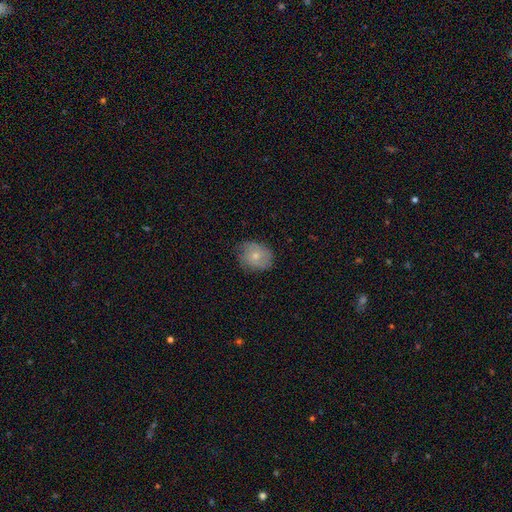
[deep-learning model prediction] Morphology: type=smooth (63%); roundness=round (58%); merging=none (68%).